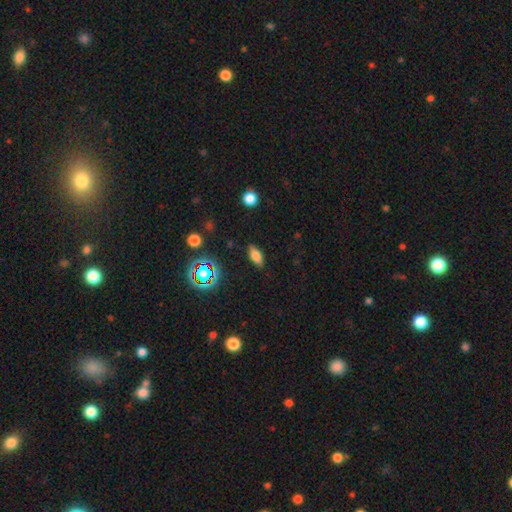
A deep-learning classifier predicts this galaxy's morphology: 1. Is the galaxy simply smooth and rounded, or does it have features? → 71% smooth, 15% featured or disk, 14% star or artifact.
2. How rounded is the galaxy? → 80% in between, 15% cigar-shaped, 5% round.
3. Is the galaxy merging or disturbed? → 85% none, 11% minor disturbance, 3% major disturbance, 1% merger.